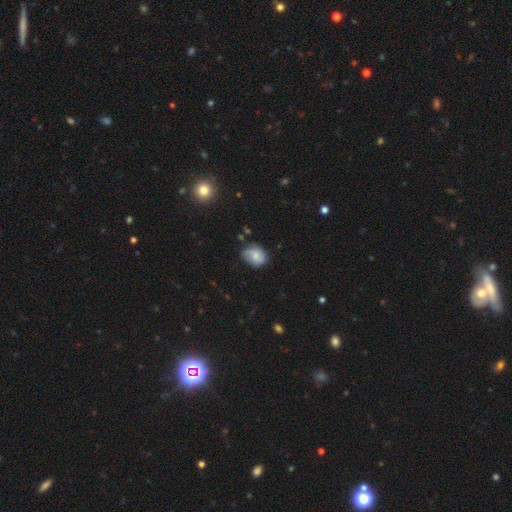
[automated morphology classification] type=smooth (66%); roundness=in between (50%); merging=none (58%).